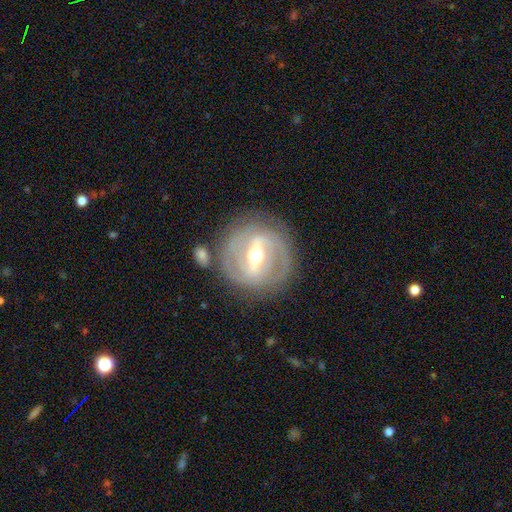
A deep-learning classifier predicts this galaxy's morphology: This appears to be a featured or disk galaxy (85%) with a strong bar (69%), 2 (60%) tight (60%) spiral arms (79%) and a moderate central bulge (72%). Merging: none (80%).